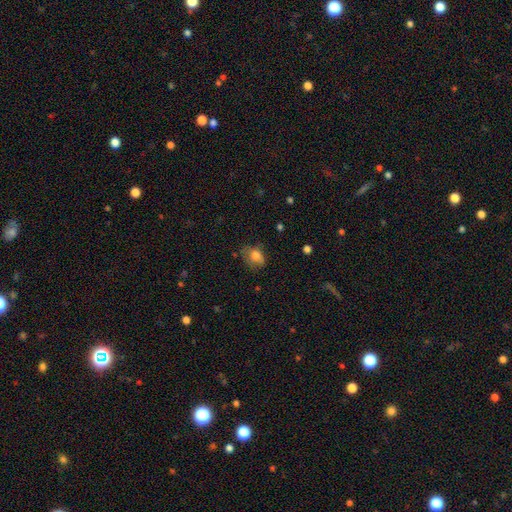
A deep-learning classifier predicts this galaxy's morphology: Smooth or featured? Predicted: smooth (p=0.75). How rounded? Predicted: in between (p=0.61). Merging? Predicted: none (p=0.53).